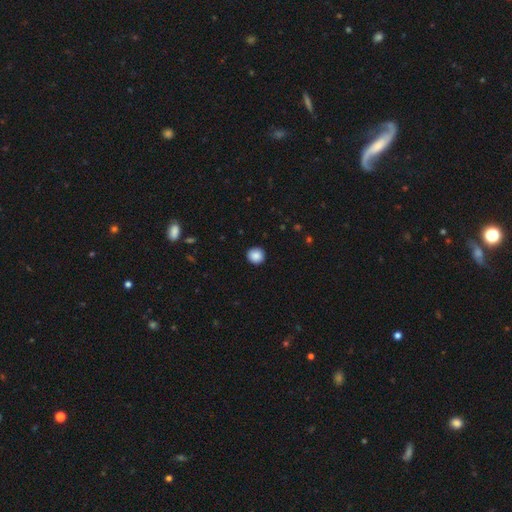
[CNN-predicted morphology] smooth_or_featured: smooth (p=0.89) [alt: star or artifact p=0.08]
how_rounded: round (p=0.93) [alt: in between p=0.06]
merging: none (p=0.92) [alt: minor disturbance p=0.05]